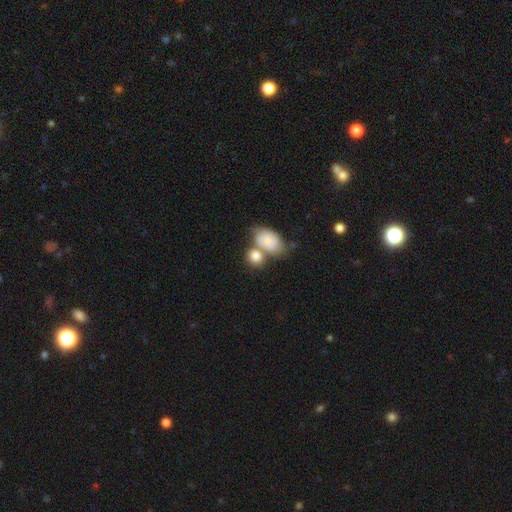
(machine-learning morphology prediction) This appears to be a smooth galaxy with no disk features (77%) that is round (50%). Merging: merger (53%).